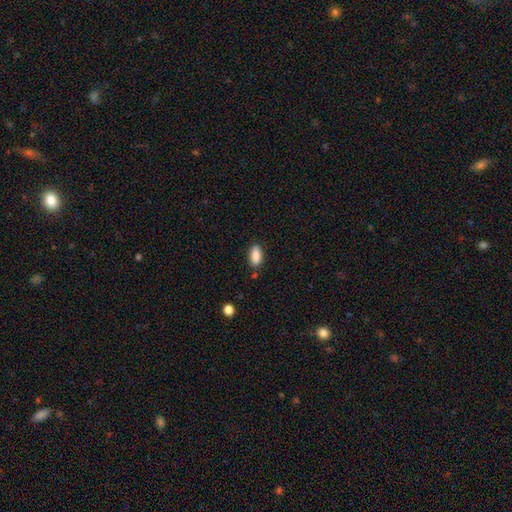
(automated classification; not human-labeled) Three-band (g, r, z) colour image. It shows a smooth galaxy with no disk features (87%) that is in between round and cigar-shaped (88%). Merging: none (83%).